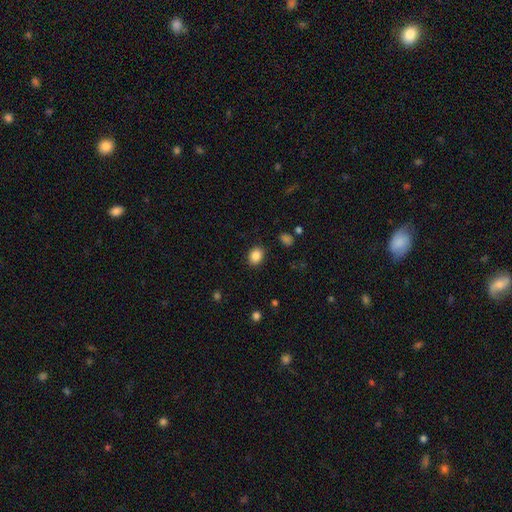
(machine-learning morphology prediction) The model was most divided on "how rounded": in between: 57%, round: 42%, cigar-shaped: 1%. More confident: merging — none (88%); smooth or featured — smooth (86%).